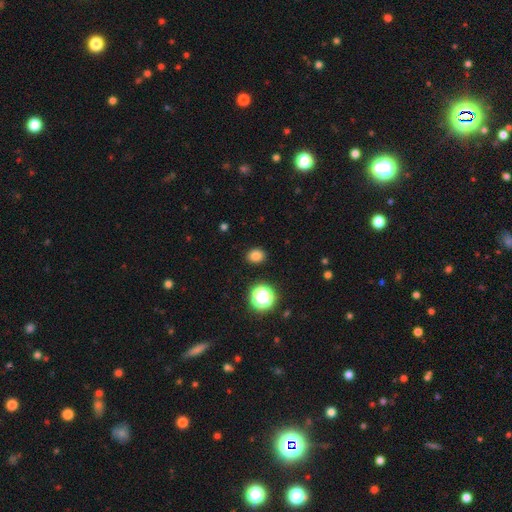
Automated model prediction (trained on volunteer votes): Smooth or featured? smooth (80%)
How rounded? round (63%)
Merging? none (90%)